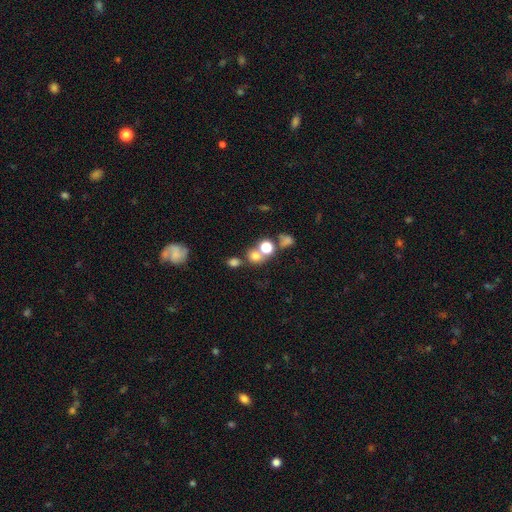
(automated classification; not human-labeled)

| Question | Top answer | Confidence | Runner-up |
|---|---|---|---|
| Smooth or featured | smooth | 70% | star or artifact (19%) |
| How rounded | round | 74% | in between (25%) |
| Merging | none | 49% | merger (36%) |